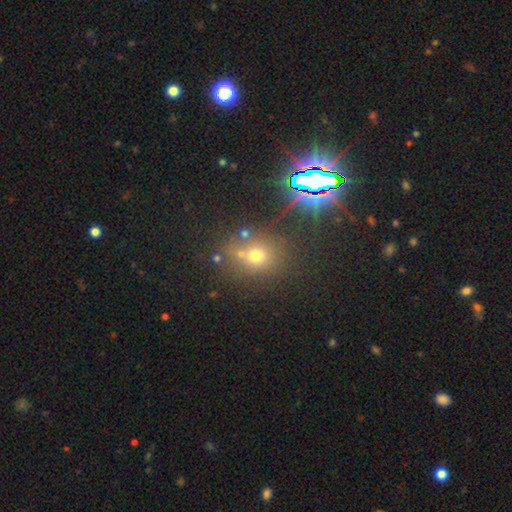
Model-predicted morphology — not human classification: Smooth or featured? Predicted: smooth (p=0.58). How rounded? Predicted: round (p=0.74). Merging? Predicted: none (p=0.68).